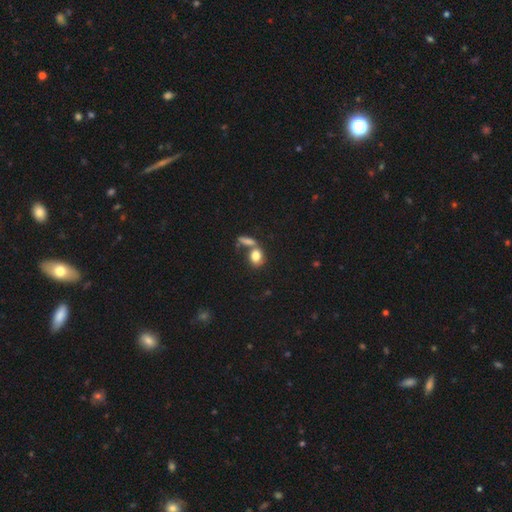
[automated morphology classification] A smooth galaxy with no disk features (78%) that is in between round and cigar-shaped (53%). Merging: merger (41%).